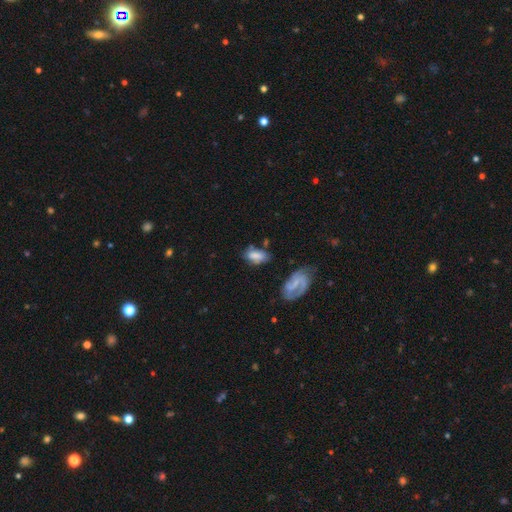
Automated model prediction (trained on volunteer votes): Smooth or featured: smooth — 61% (featured or disk — 30%)
How rounded: in between — 90% (round — 6%)
Merging: none — 54% (minor disturbance — 27%)